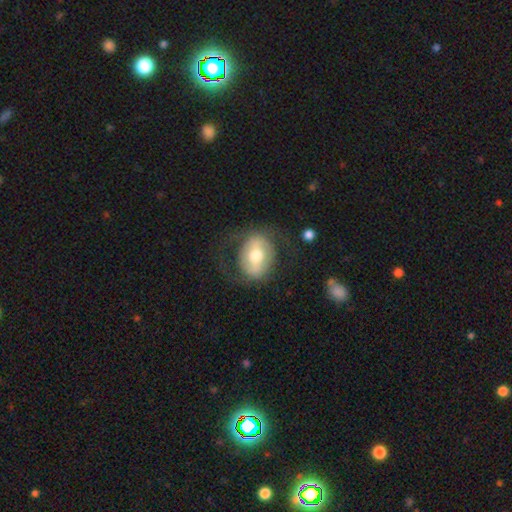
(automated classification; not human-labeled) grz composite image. It shows a featured or disk galaxy (52%). Merging: none (65%).